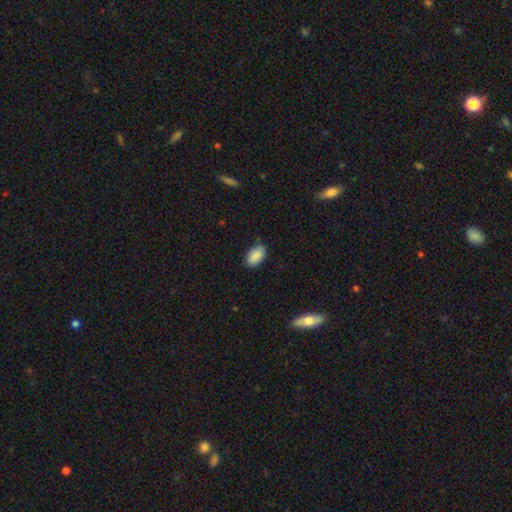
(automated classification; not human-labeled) Smooth or featured: smooth — 88% (star or artifact — 7%)
How rounded: in between — 93% (round — 5%)
Merging: none — 81% (minor disturbance — 15%)